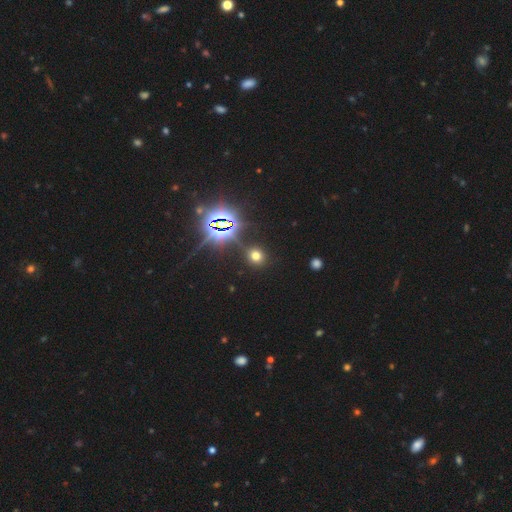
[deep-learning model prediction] A smooth galaxy with no disk features (57%) that is round (83%). Merging: none (85%).